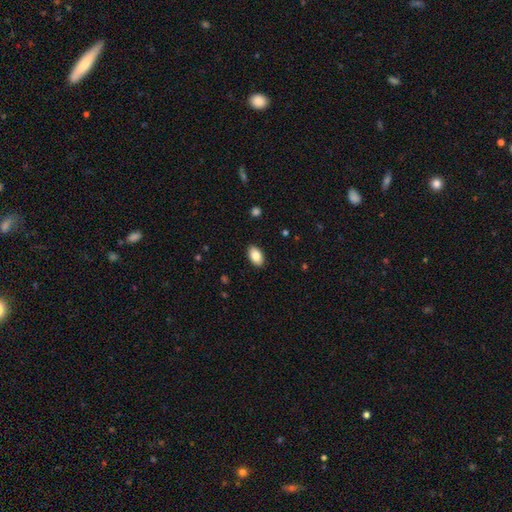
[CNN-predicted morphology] type=smooth (85%); roundness=in between (93%); merging=none (89%).